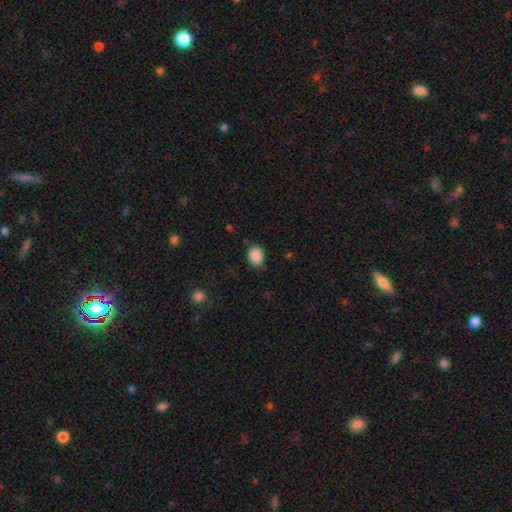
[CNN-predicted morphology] smooth_or_featured: smooth (p=0.88) [alt: star or artifact p=0.09]
how_rounded: round (p=0.56) [alt: in between p=0.43]
merging: none (p=0.71) [alt: minor disturbance p=0.23]